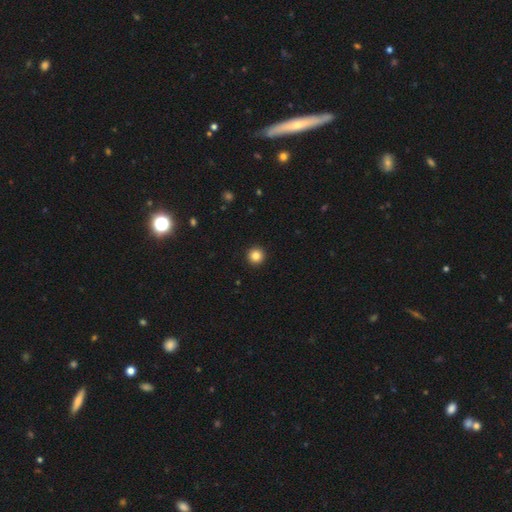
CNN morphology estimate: smooth 85%, star or artifact 11%, featured or disk 5%. Down the decision tree: how rounded — round (96%); merging — none (94%).